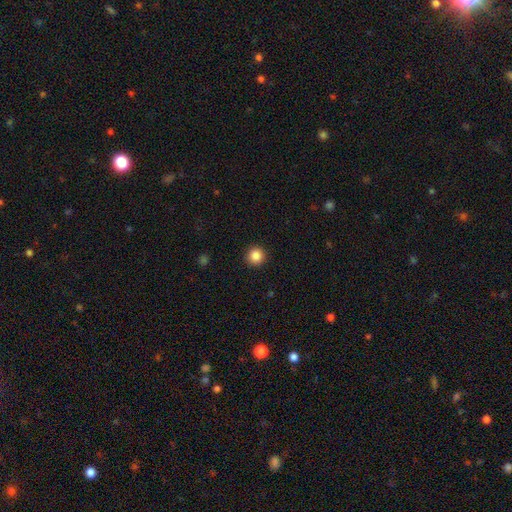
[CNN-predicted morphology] smooth-or-featured: smooth: 86% | star or artifact: 10% | featured or disk: 3%
  how-rounded: round: 95% | in between: 4% | cigar-shaped: 1%
  merging: none: 92% | minor disturbance: 5% | major disturbance: 2% | merger: 1%